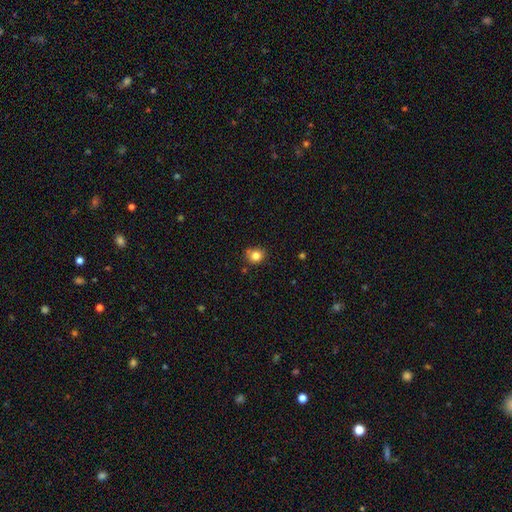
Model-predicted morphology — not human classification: This appears to be a smooth galaxy with no disk features (82%) that is round (78%). Merging: none (78%).